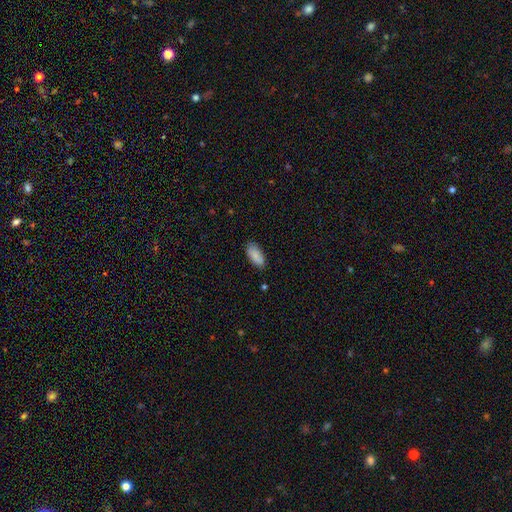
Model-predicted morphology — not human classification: Smooth or featured: smooth — 87% (featured or disk — 7%)
How rounded: in between — 91% (cigar-shaped — 7%)
Merging: none — 79% (minor disturbance — 17%)